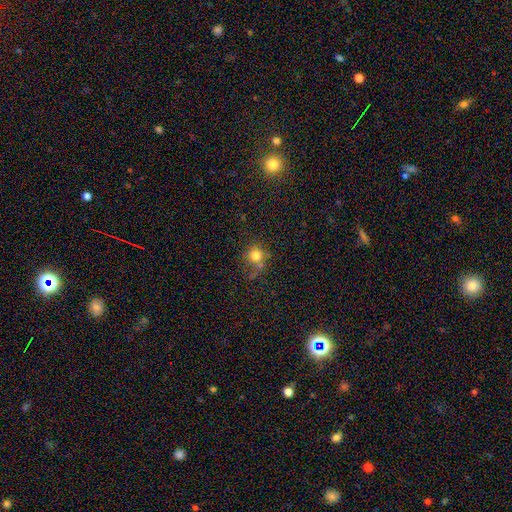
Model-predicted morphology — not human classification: smooth-or-featured: smooth: 76% | star or artifact: 16% | featured or disk: 9%
  how-rounded: round: 87% | in between: 12% | cigar-shaped: 1%
  merging: none: 60% | minor disturbance: 17% | merger: 13% | major disturbance: 9%